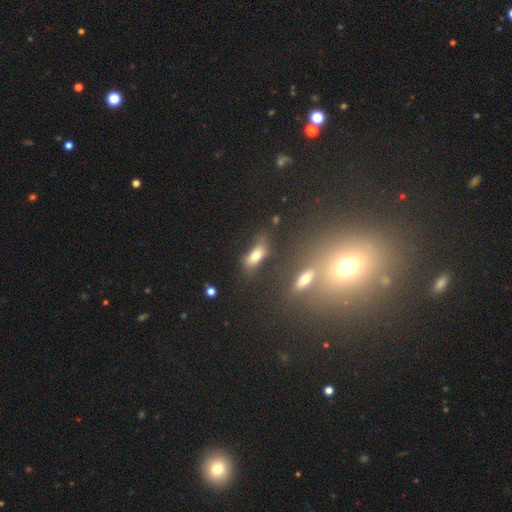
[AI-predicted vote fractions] Smooth or featured?
  - smooth: 74% *
  - featured or disk: 14%
  - star or artifact: 12%
How rounded?
  - in between: 79% *
  - cigar-shaped: 15%
  - round: 6%
Merging?
  - none: 48% *
  - minor disturbance: 26%
  - major disturbance: 15%
  - merger: 11%